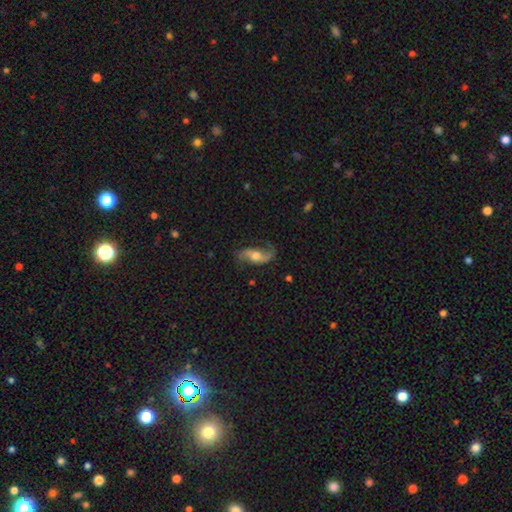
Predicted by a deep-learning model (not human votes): featured or disk 74%, smooth 19%, star or artifact 7%. Down the decision tree: edge-on disk — no (90%); bar — no (55%); spiral arms — yes (92%); spiral arm count — 2 (91%); spiral winding — loose (75%); bulge size — moderate (64%); merging — none (72%).